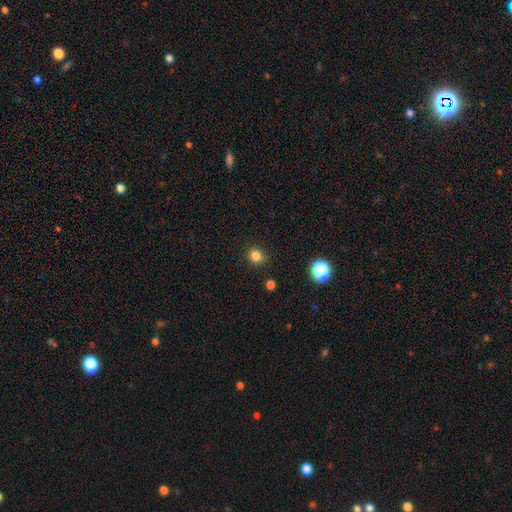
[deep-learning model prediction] Overall: smooth (82%). How rounded: round (78%). Merging: none (86%).